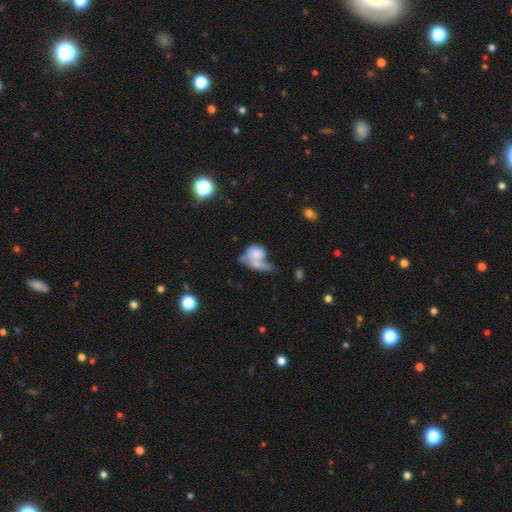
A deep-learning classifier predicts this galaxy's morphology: Smooth or featured?
  - smooth: 68% *
  - featured or disk: 24%
  - star or artifact: 9%
How rounded?
  - in between: 51% *
  - round: 44%
  - cigar-shaped: 5%
Merging?
  - merger: 52% *
  - none: 21%
  - major disturbance: 16%
  - minor disturbance: 11%